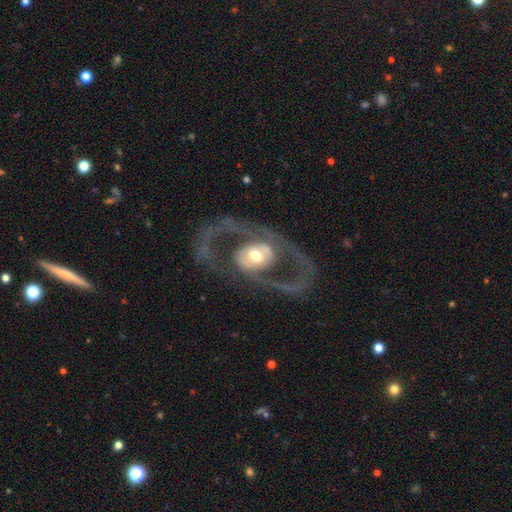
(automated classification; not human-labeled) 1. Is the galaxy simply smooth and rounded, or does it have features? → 82% featured or disk, 13% smooth, 4% star or artifact.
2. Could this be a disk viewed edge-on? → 95% no, 5% yes.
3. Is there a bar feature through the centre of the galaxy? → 54% no, 30% weak, 16% strong.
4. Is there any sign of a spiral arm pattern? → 72% yes, 28% no.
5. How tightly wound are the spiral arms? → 48% medium, 36% loose, 16% tight.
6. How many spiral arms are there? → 83% 2, 7% can't tell, 6% 1, 2% 3, 2% 4, 2% more than 4.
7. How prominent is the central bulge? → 61% moderate, 27% large, 8% small, 3% dominant, 1% none.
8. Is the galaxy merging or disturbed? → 62% none, 22% major disturbance, 13% minor disturbance, 2% merger.